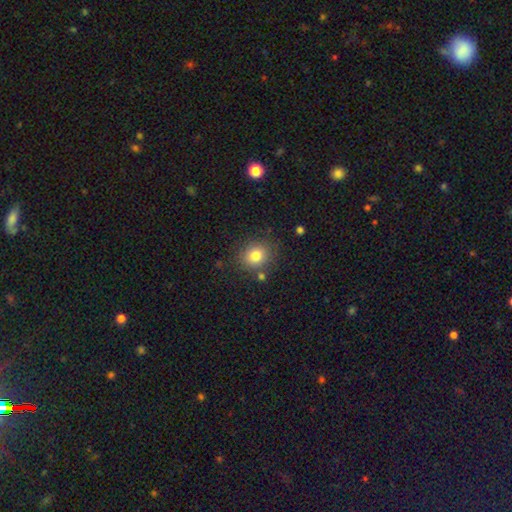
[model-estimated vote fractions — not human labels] smooth 79%, star or artifact 12%, featured or disk 9%. Down the decision tree: how rounded — round (77%); merging — none (81%).